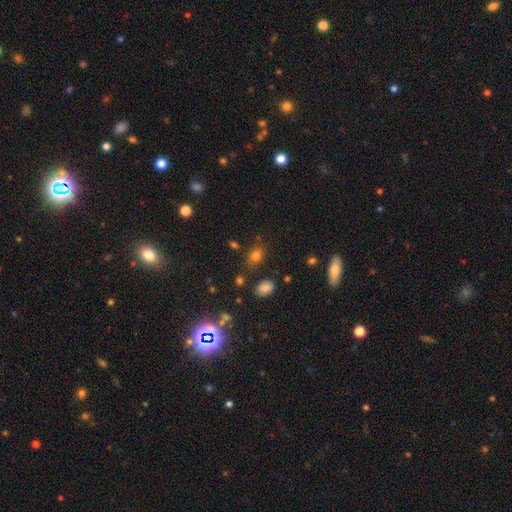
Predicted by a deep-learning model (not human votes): smooth 77%, star or artifact 16%, featured or disk 7%. Down the decision tree: how rounded — in between (69%); merging — none (77%).